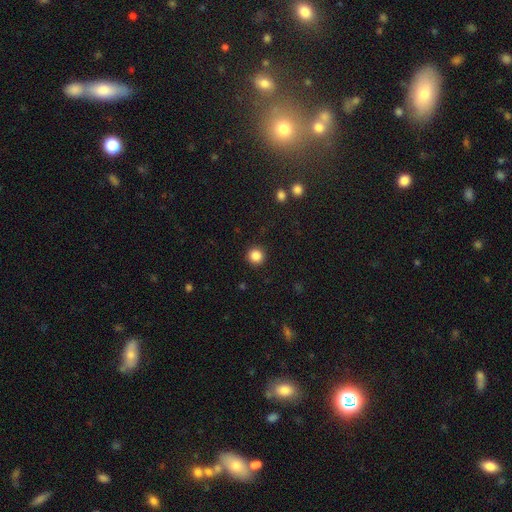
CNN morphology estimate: Smooth or featured? smooth (85%)
How rounded? round (95%)
Merging? none (93%)